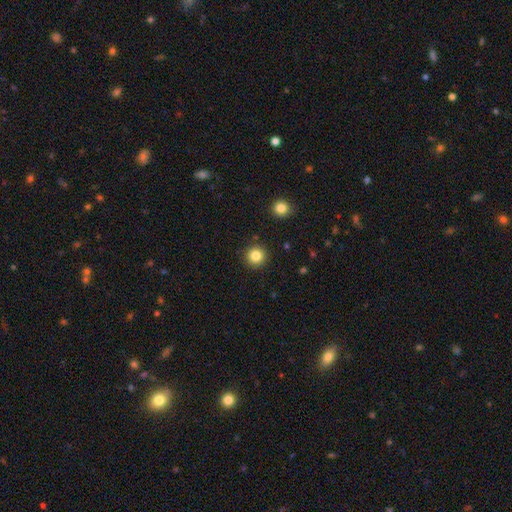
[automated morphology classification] A smooth galaxy with no disk features (84%) that is round (95%). Merging: none (90%).